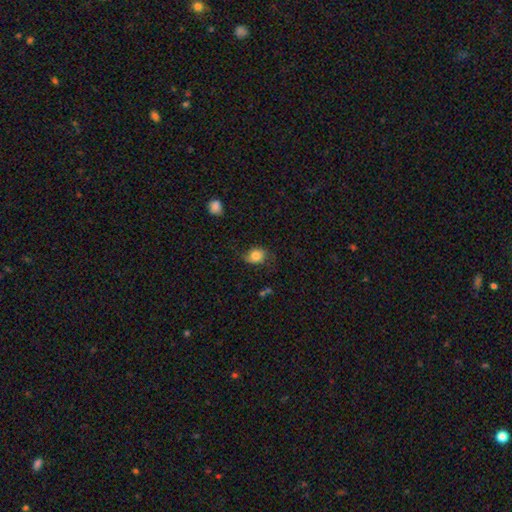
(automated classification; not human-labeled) smooth-or-featured: smooth: 76% | featured or disk: 15% | star or artifact: 9%
  how-rounded: in between: 57% | round: 42% | cigar-shaped: 1%
  merging: none: 61% | minor disturbance: 27% | major disturbance: 10% | merger: 2%